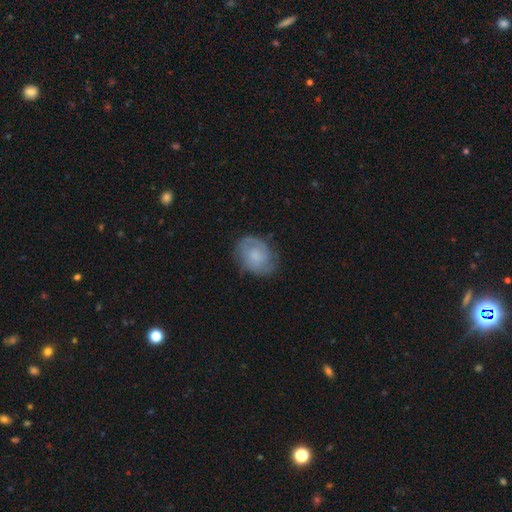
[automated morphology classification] This appears to be a featured or disk galaxy (51%). Merging: none (70%).